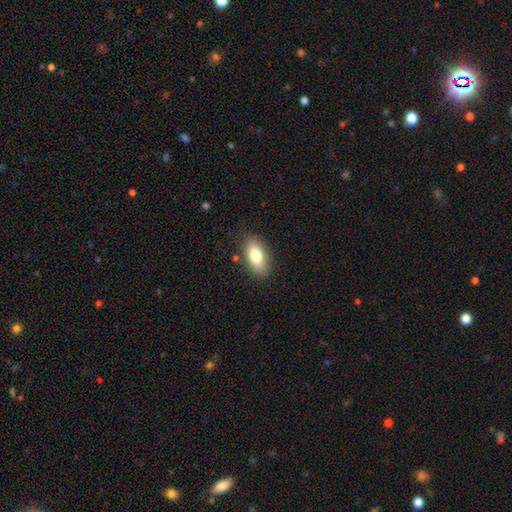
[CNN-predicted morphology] The model was most divided on "smooth or featured": smooth: 78%, featured or disk: 15%, star or artifact: 8%. More confident: how rounded — in between (88%); merging — none (84%).